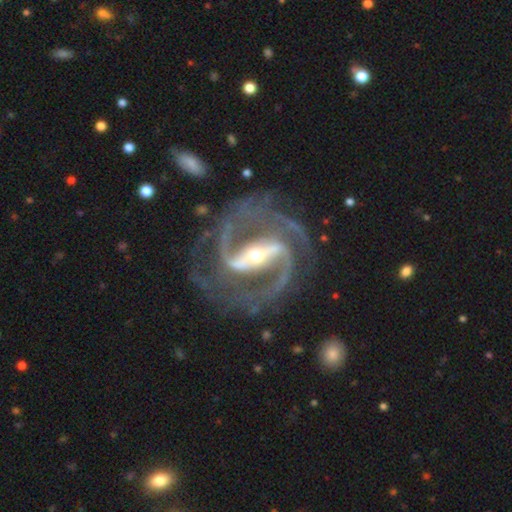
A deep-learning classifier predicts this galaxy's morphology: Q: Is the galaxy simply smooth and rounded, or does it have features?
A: featured or disk — 94%.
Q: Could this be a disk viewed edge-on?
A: no — 97%.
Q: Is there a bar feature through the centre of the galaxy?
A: strong — 77%.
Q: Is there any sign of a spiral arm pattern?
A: yes — 99%.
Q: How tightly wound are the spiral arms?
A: medium — 63%.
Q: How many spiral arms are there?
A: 2 — 80%.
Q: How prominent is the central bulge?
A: small — 52%.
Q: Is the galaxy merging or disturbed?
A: none — 73%.